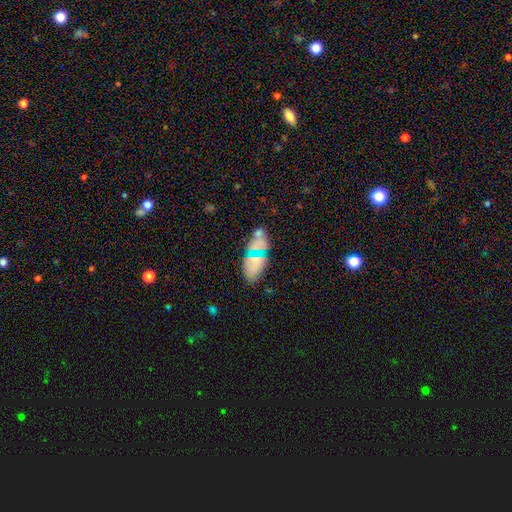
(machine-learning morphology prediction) type=smooth (58%); roundness=in between (91%); merging=none (65%).